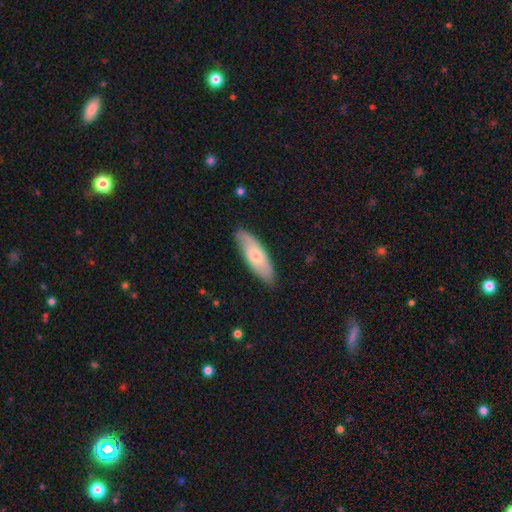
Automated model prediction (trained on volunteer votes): Q: Smooth or featured?
A: smooth (56%); runner-up: featured or disk (38%)
Q: How rounded?
A: in between (59%); runner-up: cigar-shaped (39%)
Q: Merging?
A: none (82%); runner-up: minor disturbance (14%)